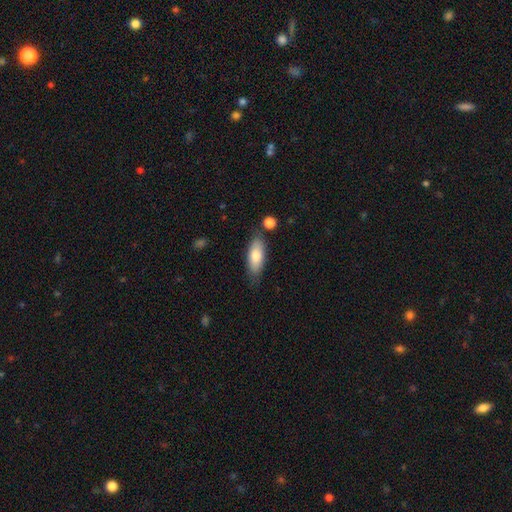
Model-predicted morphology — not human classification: type=smooth (78%); roundness=in between (76%); merging=none (76%).